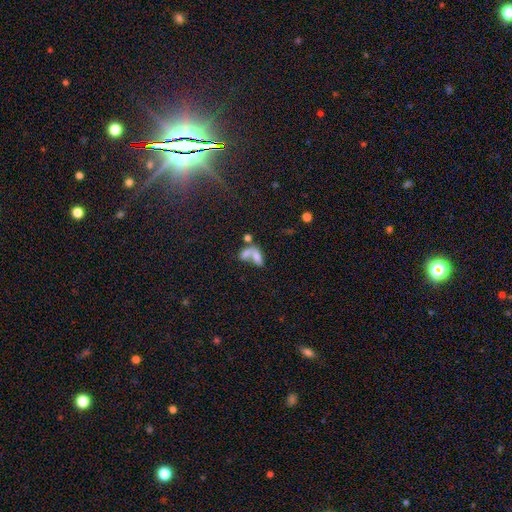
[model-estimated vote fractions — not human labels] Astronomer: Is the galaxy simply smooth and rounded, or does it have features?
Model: smooth — 64%.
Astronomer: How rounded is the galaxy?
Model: in between — 81%.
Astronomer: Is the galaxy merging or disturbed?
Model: merger — 66%.